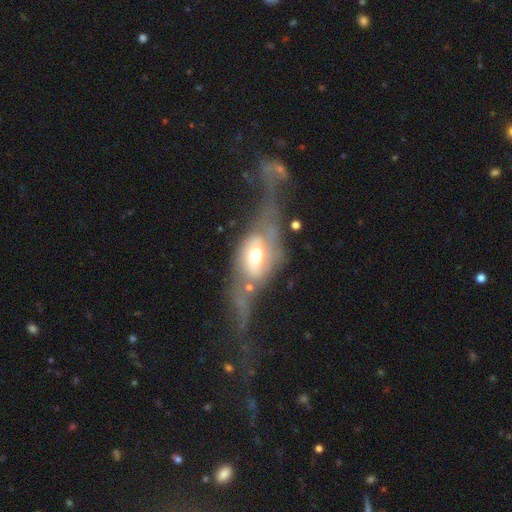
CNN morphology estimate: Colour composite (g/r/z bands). It shows a featured or disk galaxy (67%). Merging: major disturbance (52%).